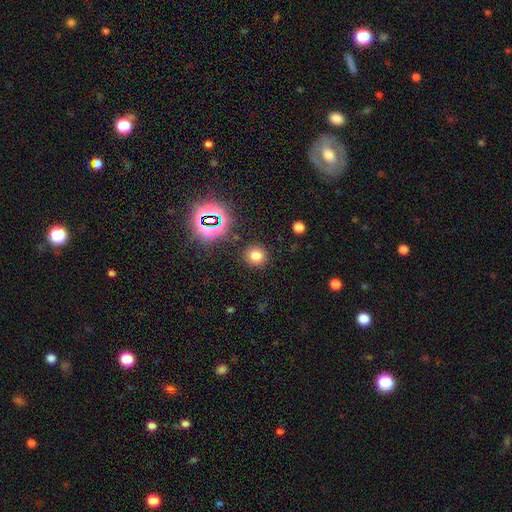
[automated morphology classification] smooth_or_featured: smooth (p=0.73) [alt: star or artifact p=0.20]
how_rounded: round (p=0.89) [alt: in between p=0.10]
merging: none (p=0.87) [alt: minor disturbance p=0.07]